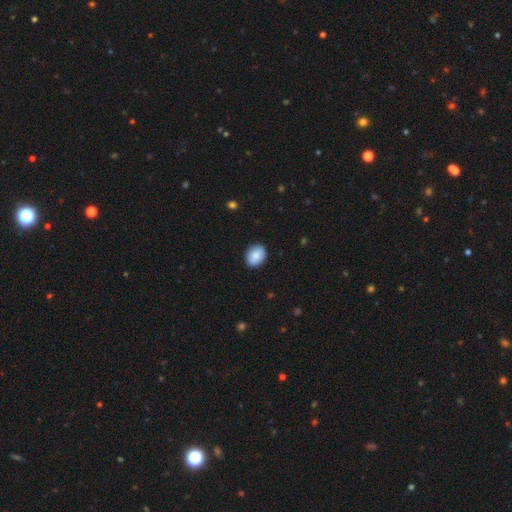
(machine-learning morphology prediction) This appears to be a smooth galaxy with no disk features (87%) that is in between round and cigar-shaped (57%). Merging: none (89%).